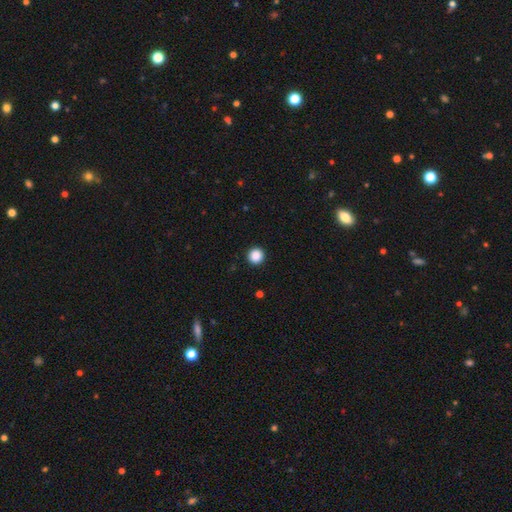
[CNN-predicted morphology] smooth-or-featured: smooth: 88% | star or artifact: 10% | featured or disk: 2%
  how-rounded: round: 96% | in between: 3% | cigar-shaped: 1%
  merging: none: 94% | minor disturbance: 4% | major disturbance: 1% | merger: 1%